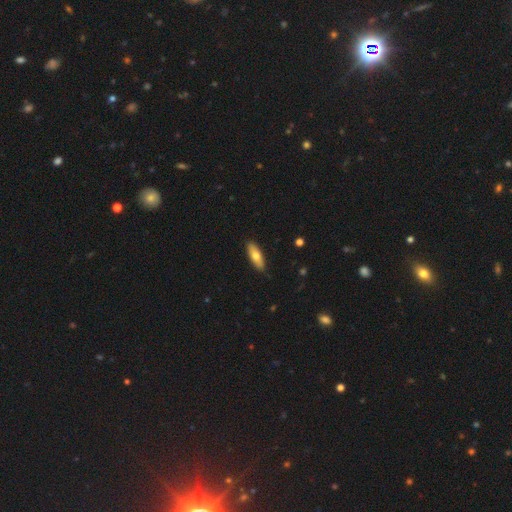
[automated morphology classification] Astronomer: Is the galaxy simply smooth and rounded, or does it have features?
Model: smooth — 72%.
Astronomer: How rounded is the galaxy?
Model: in between — 63%.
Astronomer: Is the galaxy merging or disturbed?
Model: none — 88%.